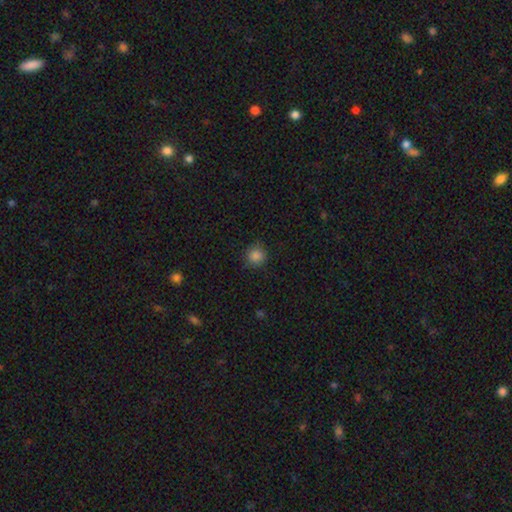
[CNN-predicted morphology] Q: Smooth or featured?
A: smooth (85%); runner-up: star or artifact (12%)
Q: How rounded?
A: round (92%); runner-up: in between (7%)
Q: Merging?
A: none (85%); runner-up: minor disturbance (12%)